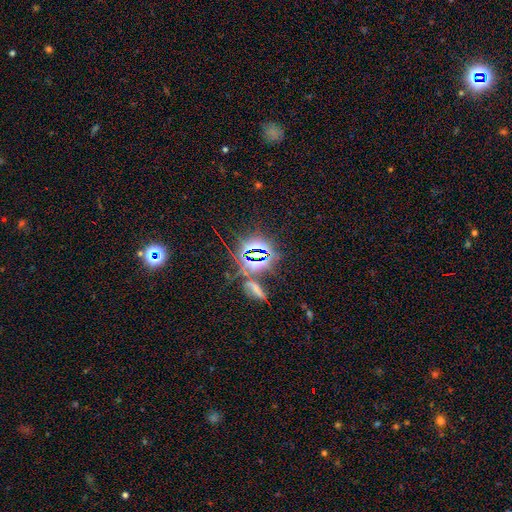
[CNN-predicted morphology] type=star or artifact (77%).